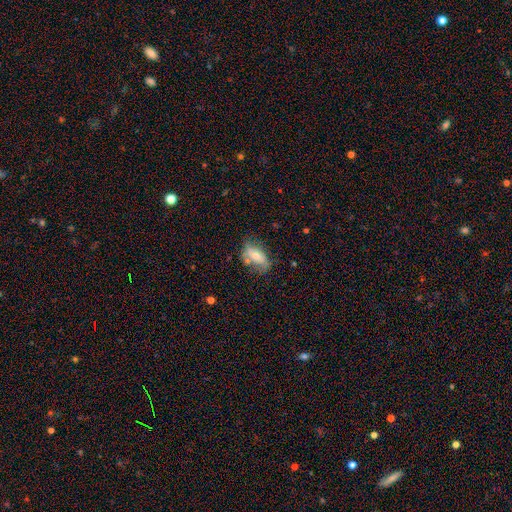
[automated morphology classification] Smooth or featured? Predicted: smooth (p=0.54). How rounded? Predicted: in between (p=0.87). Merging? Predicted: none (p=0.53).